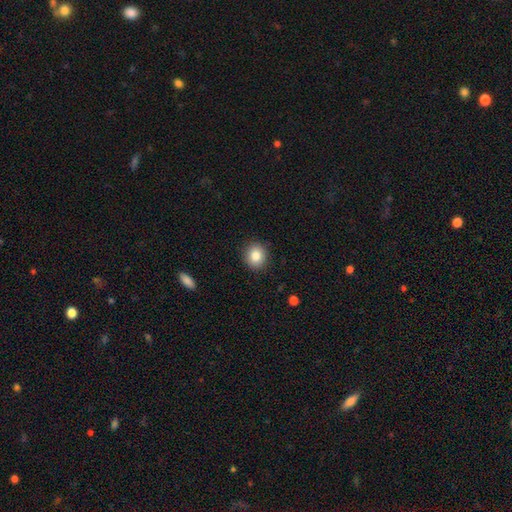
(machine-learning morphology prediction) Smooth or featured? Predicted: smooth (p=0.84). How rounded? Predicted: round (p=0.81). Merging? Predicted: none (p=0.90).